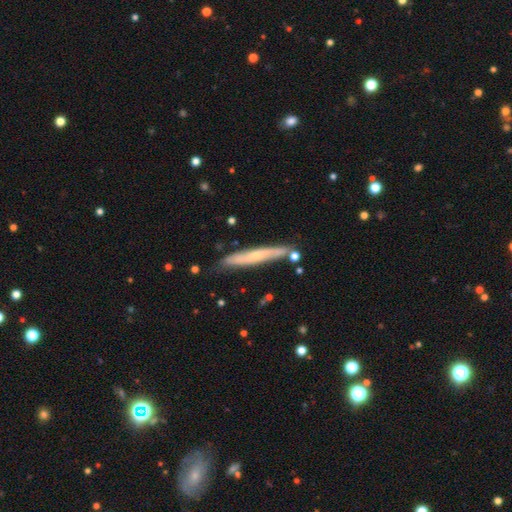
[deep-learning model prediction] Morphology: type=featured or disk (54%); edge-on=yes (89%); merging=none (79%).